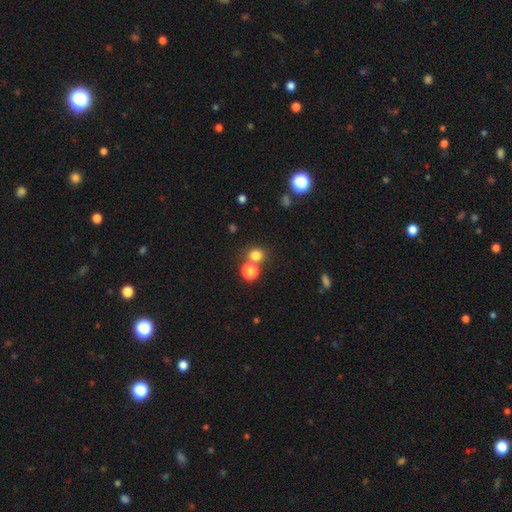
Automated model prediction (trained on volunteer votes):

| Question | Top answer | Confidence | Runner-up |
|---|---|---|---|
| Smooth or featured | smooth | 76% | star or artifact (17%) |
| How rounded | round | 84% | in between (15%) |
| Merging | none | 64% | merger (25%) |